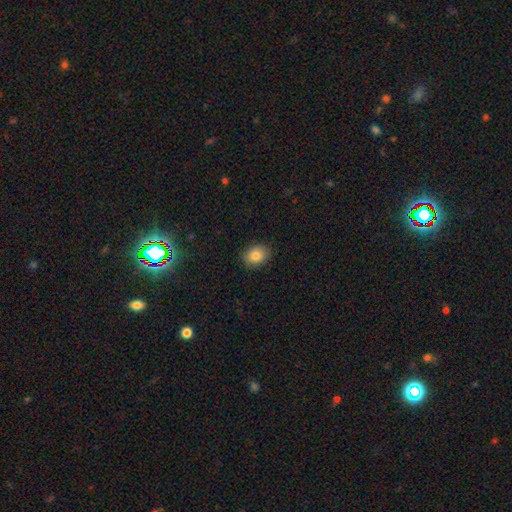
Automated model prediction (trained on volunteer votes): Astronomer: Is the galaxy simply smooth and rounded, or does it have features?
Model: smooth — 83%.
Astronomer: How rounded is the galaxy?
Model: in between — 52% (runner-up: round, 48%).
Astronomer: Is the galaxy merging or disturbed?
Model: none — 88%.